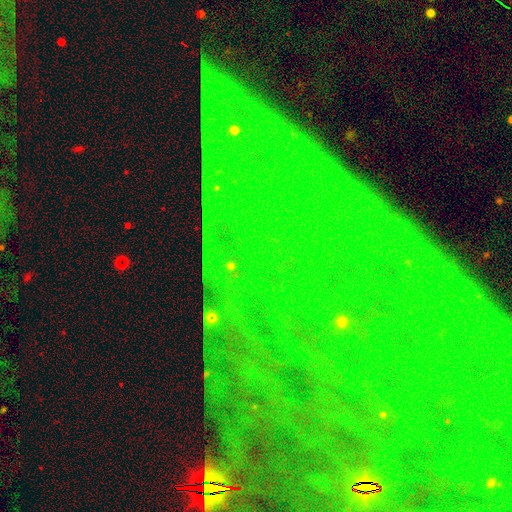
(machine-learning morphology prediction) This appears to be a star or artifact, not a galaxy (84%).